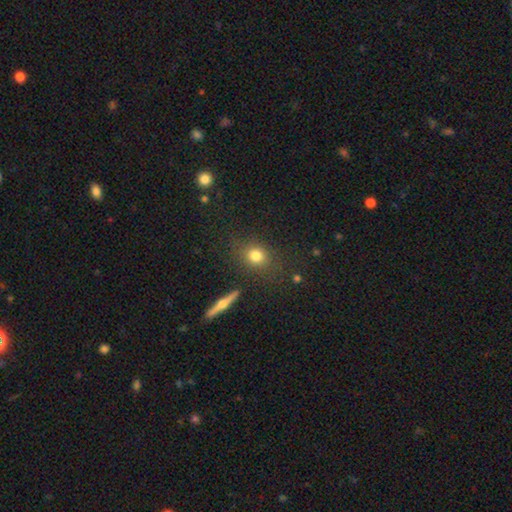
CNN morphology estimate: The model was most divided on "how rounded": round: 70%, in between: 27%, cigar-shaped: 3%. More confident: merging — none (82%); smooth or featured — smooth (76%).